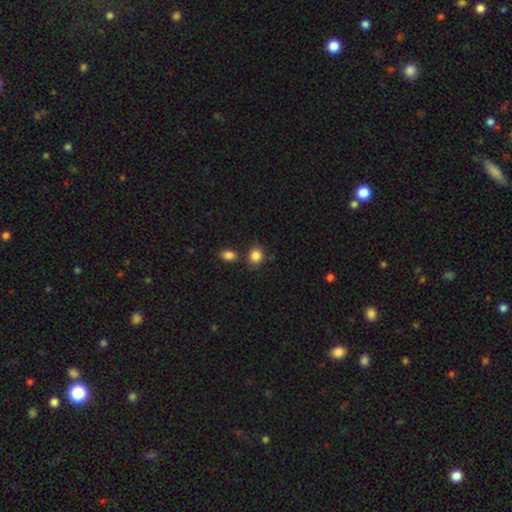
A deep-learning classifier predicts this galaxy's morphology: This is clearly a smooth galaxy (86%). How rounded: likely round (67%). Merging: likely none (74%).